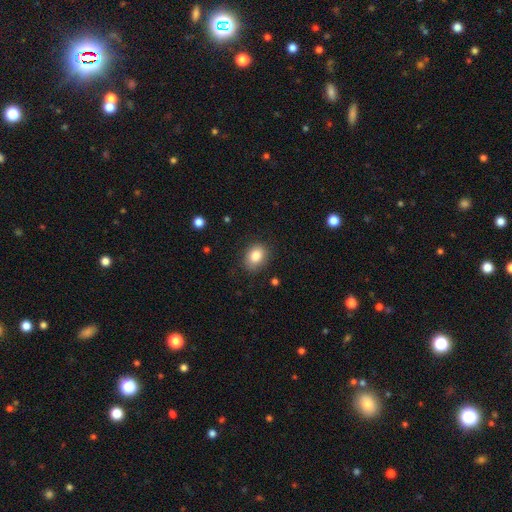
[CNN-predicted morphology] smooth-or-featured: smooth: 84% | star or artifact: 9% | featured or disk: 7%
  how-rounded: in between: 57% | round: 42% | cigar-shaped: 1%
  merging: none: 83% | minor disturbance: 12% | major disturbance: 3% | merger: 1%